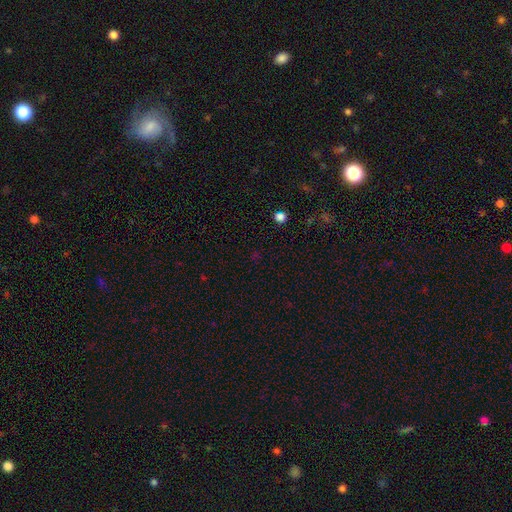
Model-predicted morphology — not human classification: The model was most divided on "smooth or featured": star or artifact: 59%, smooth: 35%, featured or disk: 6%.